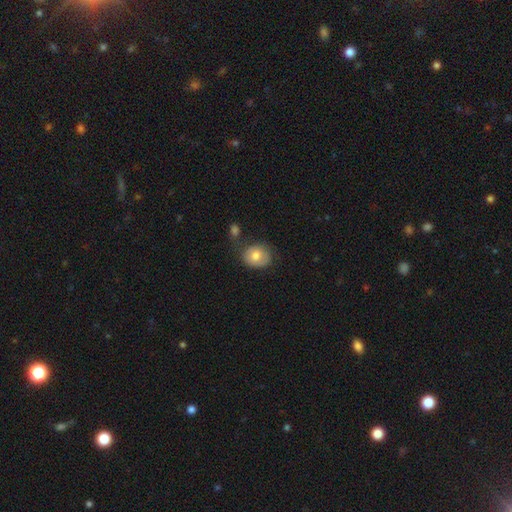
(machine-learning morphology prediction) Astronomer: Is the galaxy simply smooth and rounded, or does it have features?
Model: smooth — 74%.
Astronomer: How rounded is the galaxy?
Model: round — 62% (runner-up: in between, 37%).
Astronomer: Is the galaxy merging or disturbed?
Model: none — 60%.